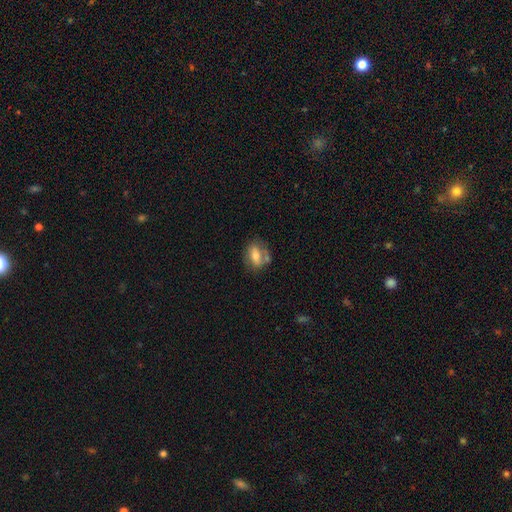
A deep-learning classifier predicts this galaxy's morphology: Smooth or featured? smooth (58%)
How rounded? in between (74%)
Merging? none (53%)